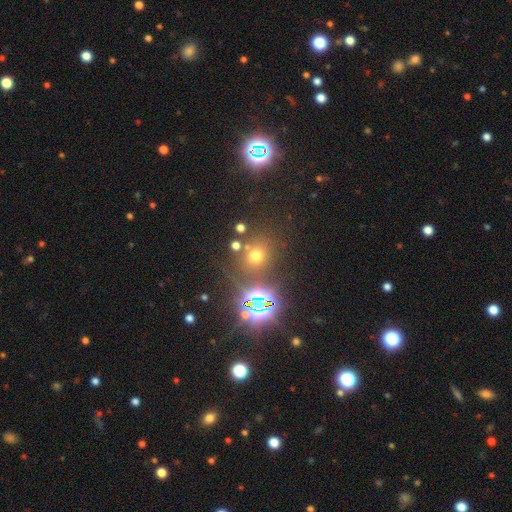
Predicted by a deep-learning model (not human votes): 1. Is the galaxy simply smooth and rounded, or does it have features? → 52% smooth, 38% star or artifact, 10% featured or disk.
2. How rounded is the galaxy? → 80% round, 18% in between, 1% cigar-shaped.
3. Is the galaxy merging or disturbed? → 74% none, 10% merger, 10% minor disturbance, 6% major disturbance.